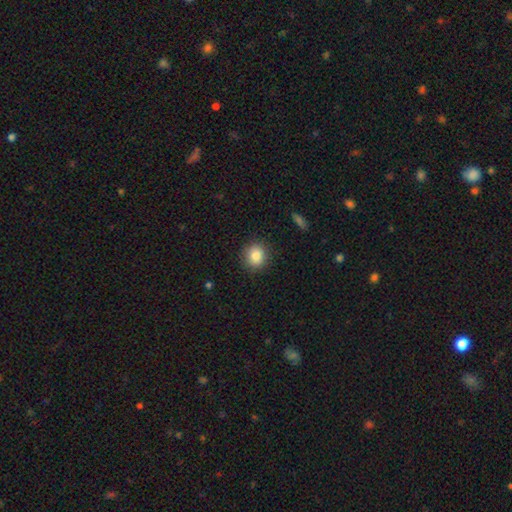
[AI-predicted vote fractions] A smooth galaxy with no disk features (84%) that is round (85%).

Vote fractions:
- Smooth or featured? smooth: 84% / star or artifact: 10% / featured or disk: 6%
- How rounded? round: 85% / in between: 14% / cigar-shaped: 1%
- Merging? none: 89% / minor disturbance: 8% / major disturbance: 2% / merger: 1%